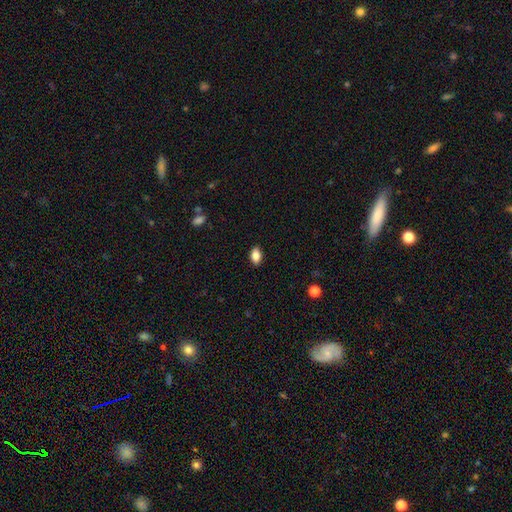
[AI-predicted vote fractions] The model was most divided on "how rounded": in between: 88%, round: 10%, cigar-shaped: 2%. More confident: merging — none (89%); smooth or featured — smooth (86%).